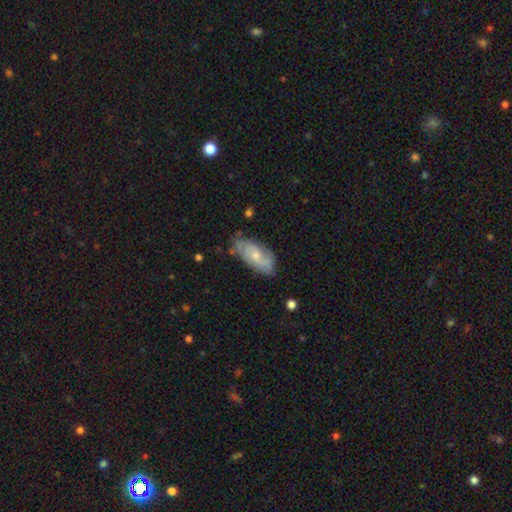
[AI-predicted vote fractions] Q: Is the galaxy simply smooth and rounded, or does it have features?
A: featured or disk — 59%.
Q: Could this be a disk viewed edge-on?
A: no — 92%.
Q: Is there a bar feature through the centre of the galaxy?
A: no — 66%.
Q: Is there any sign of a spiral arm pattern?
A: yes — 82%.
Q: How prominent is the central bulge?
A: small — 58%.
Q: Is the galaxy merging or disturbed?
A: none — 67%.